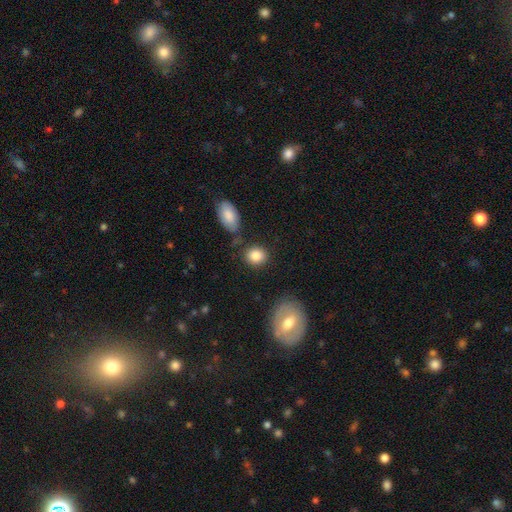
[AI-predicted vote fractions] Morphology: type=smooth (85%); roundness=round (71%); merging=none (75%).